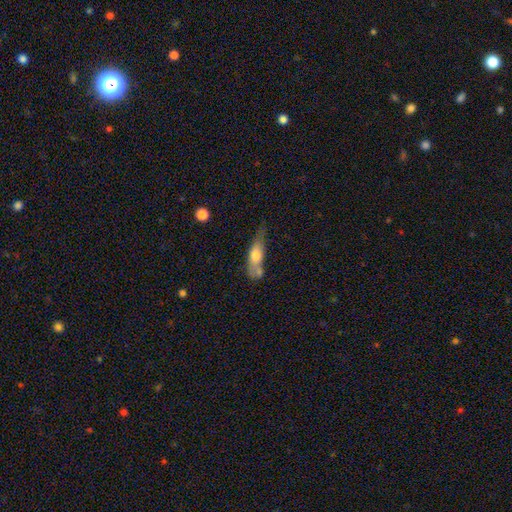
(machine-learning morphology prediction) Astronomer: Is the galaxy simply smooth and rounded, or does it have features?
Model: smooth — 64%.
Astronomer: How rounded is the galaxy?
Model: in between — 54% (runner-up: cigar-shaped, 41%).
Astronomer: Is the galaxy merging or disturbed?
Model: none — 31% (runner-up: minor disturbance, 29%).